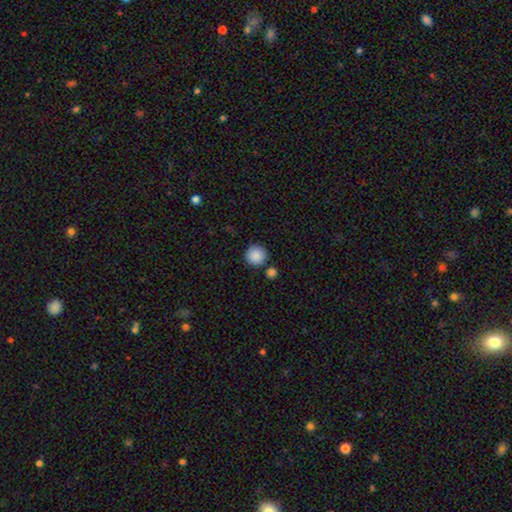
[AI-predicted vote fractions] smooth_or_featured: smooth (p=0.88) [alt: star or artifact p=0.08]
how_rounded: round (p=0.95) [alt: in between p=0.04]
merging: none (p=0.82) [alt: merger p=0.08]